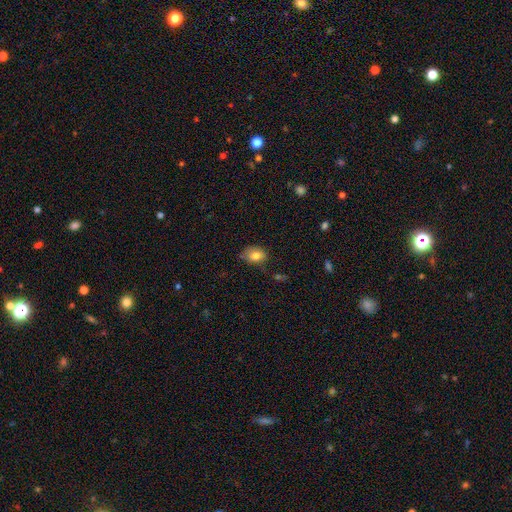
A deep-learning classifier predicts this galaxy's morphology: Smooth or featured? Predicted: smooth (p=0.80). How rounded? Predicted: in between (p=0.71). Merging? Predicted: none (p=0.63).